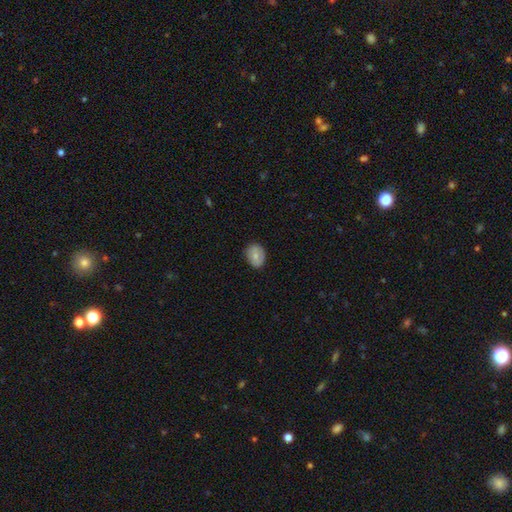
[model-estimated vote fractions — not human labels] Smooth or featured?
  - smooth: 68% *
  - featured or disk: 25%
  - star or artifact: 7%
How rounded?
  - in between: 52% *
  - round: 47%
  - cigar-shaped: 1%
Merging?
  - none: 81% *
  - minor disturbance: 15%
  - major disturbance: 3%
  - merger: 1%